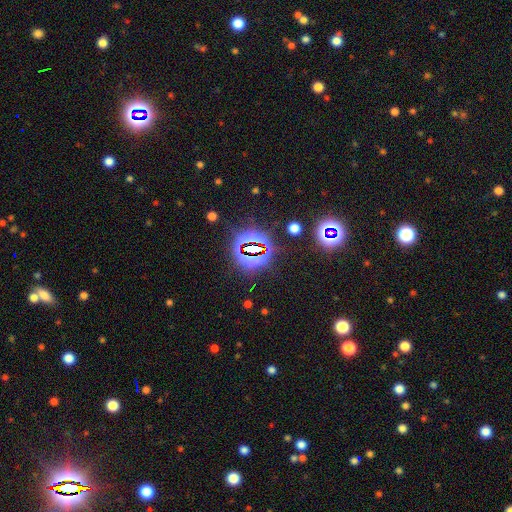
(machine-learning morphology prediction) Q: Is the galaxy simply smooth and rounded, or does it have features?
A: star or artifact — 78%.